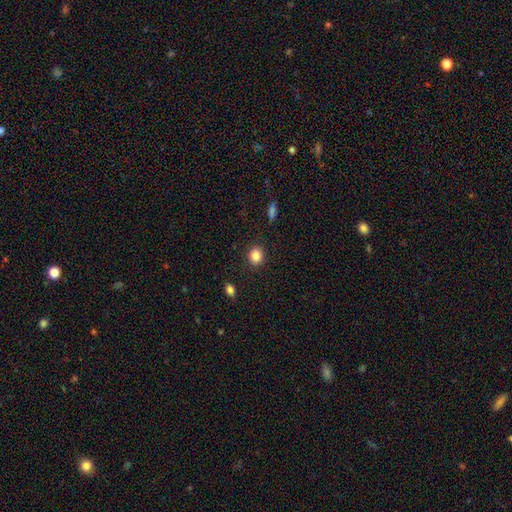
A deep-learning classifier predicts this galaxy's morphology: type=smooth (86%); roundness=round (62%); merging=none (88%).